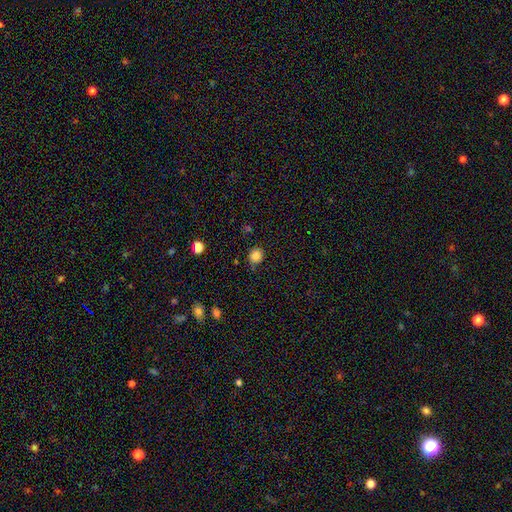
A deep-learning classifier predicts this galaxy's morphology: This is clearly a smooth galaxy (83%). How rounded: clearly round (80%). Merging: likely none (77%).